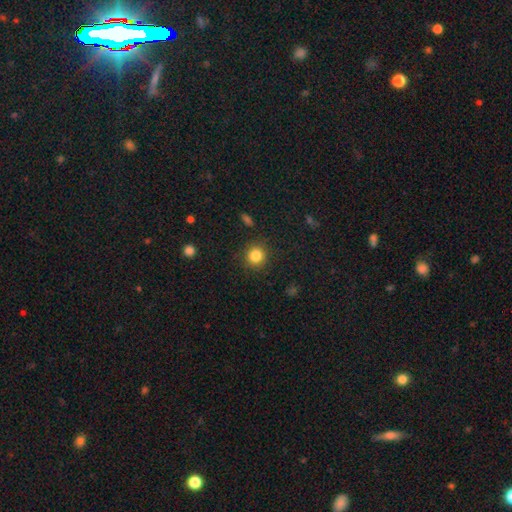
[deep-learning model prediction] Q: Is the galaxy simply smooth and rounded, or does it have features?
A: smooth — 84%.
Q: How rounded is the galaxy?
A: round — 91%.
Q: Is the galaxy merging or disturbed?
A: none — 89%.